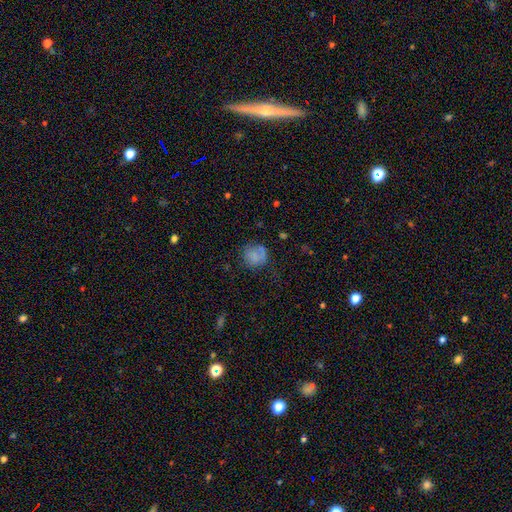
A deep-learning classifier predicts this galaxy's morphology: Smooth or featured? Predicted: smooth (p=0.73). How rounded? Predicted: round (p=0.83). Merging? Predicted: none (p=0.61).